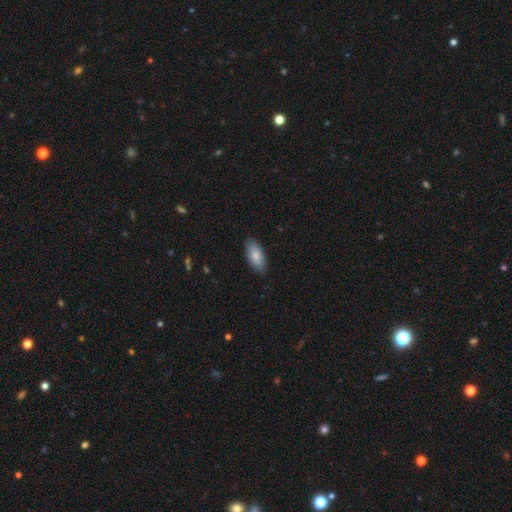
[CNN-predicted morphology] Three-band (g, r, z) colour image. It shows a smooth galaxy with no disk features (84%) that is in between round and cigar-shaped (90%). Merging: none (85%).